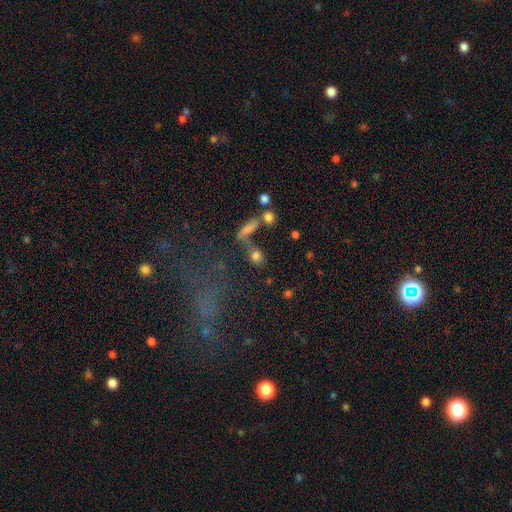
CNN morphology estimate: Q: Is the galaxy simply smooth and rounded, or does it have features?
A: smooth — 75%.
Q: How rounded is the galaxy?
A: round — 54%.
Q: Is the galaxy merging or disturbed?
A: none — 48%.